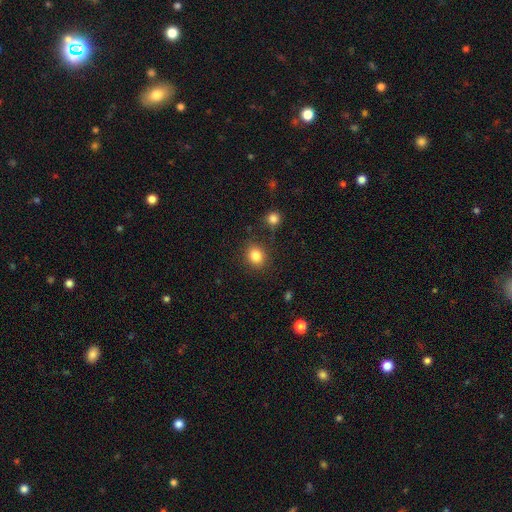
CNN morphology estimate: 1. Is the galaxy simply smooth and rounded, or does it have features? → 84% smooth, 11% star or artifact, 5% featured or disk.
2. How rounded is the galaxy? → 71% round, 28% in between, 1% cigar-shaped.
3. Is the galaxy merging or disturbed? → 84% none, 9% minor disturbance, 3% merger, 3% major disturbance.